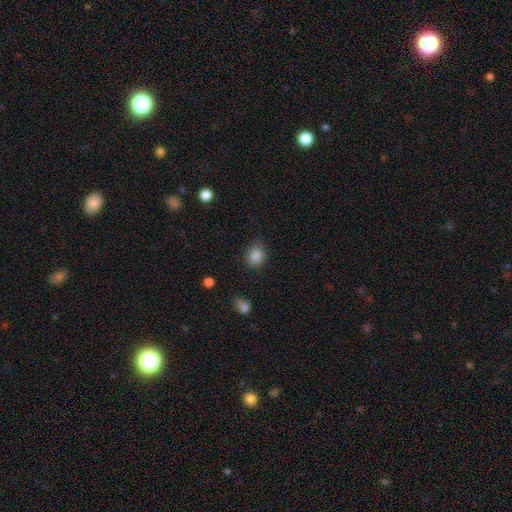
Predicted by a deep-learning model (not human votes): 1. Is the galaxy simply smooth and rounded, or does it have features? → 86% smooth, 10% star or artifact, 4% featured or disk.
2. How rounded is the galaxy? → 56% round, 43% in between, 1% cigar-shaped.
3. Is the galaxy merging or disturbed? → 76% none, 18% minor disturbance, 4% major disturbance, 2% merger.